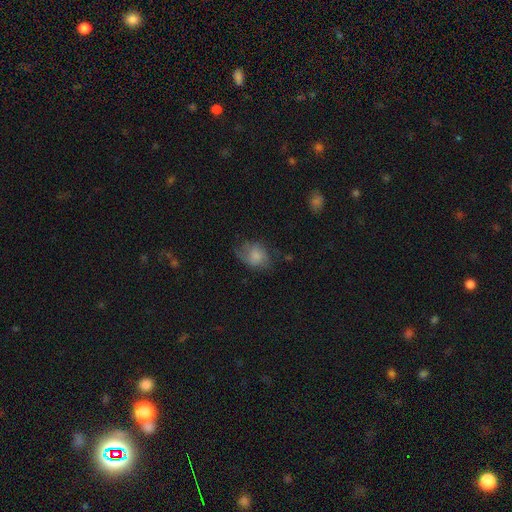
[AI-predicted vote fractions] Q: Smooth or featured?
A: smooth (70%); runner-up: featured or disk (20%)
Q: How rounded?
A: in between (60%); runner-up: round (39%)
Q: Merging?
A: none (48%); runner-up: minor disturbance (31%)